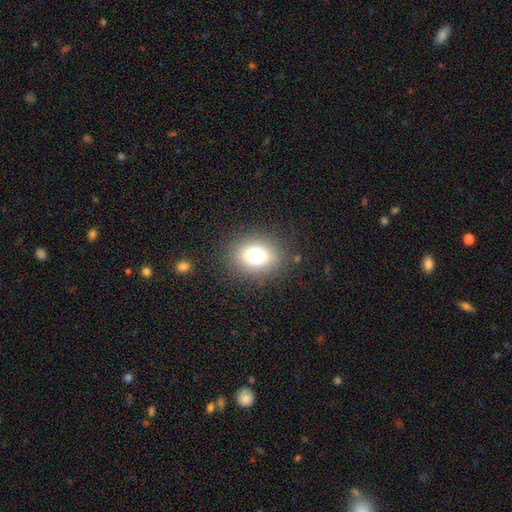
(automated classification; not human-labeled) This is likely a smooth galaxy (74%). How rounded: possibly round (55%). Merging: clearly none (84%).